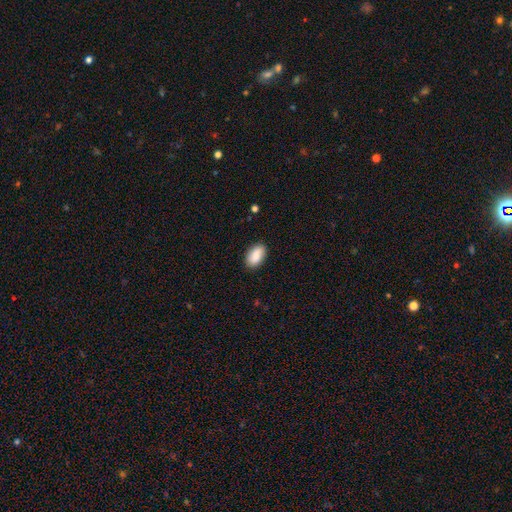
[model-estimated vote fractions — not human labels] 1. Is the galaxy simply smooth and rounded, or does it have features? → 87% smooth, 7% star or artifact, 6% featured or disk.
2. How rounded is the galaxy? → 93% in between, 5% round, 2% cigar-shaped.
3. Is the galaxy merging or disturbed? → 87% none, 10% minor disturbance, 2% major disturbance, 1% merger.